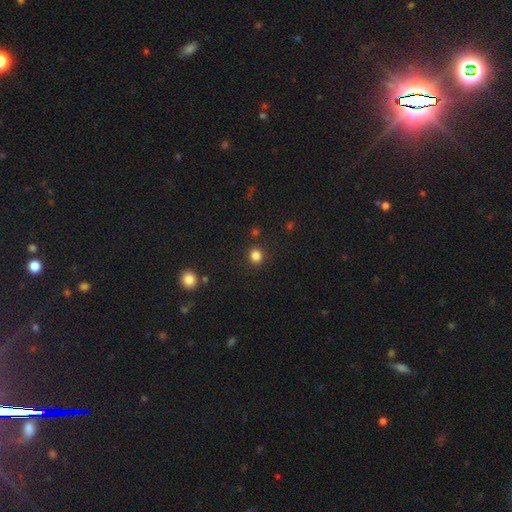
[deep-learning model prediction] The model was most divided on "smooth or featured": smooth: 83%, star or artifact: 13%, featured or disk: 4%. More confident: merging — none (89%); how rounded — round (85%).